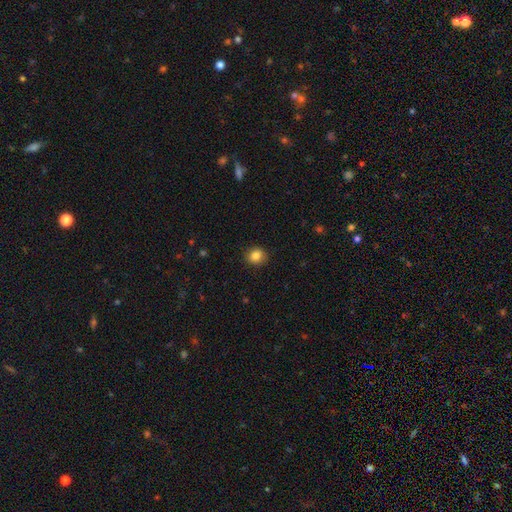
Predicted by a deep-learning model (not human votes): smooth 85%, star or artifact 10%, featured or disk 5%. Down the decision tree: how rounded — round (80%); merging — none (89%).